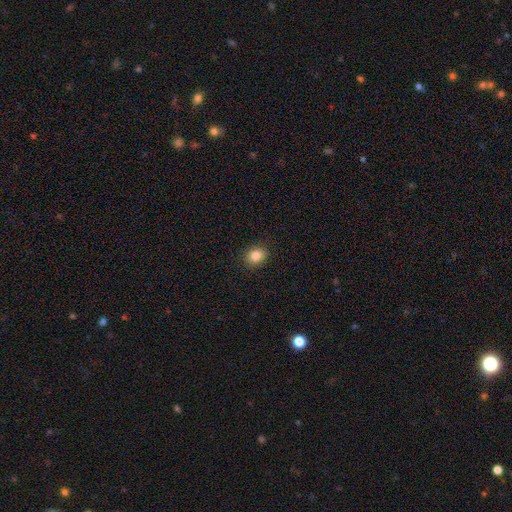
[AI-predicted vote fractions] Smooth or featured? smooth (85%)
How rounded? round (56%)
Merging? none (89%)